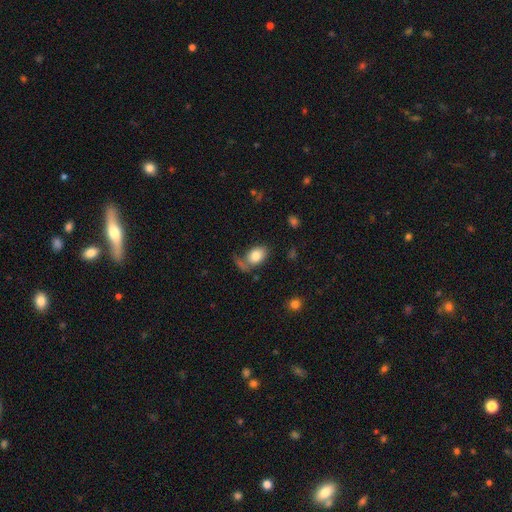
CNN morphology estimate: Smooth or featured?
  - smooth: 79% *
  - featured or disk: 13%
  - star or artifact: 7%
How rounded?
  - in between: 82% *
  - round: 16%
  - cigar-shaped: 1%
Merging?
  - none: 49% *
  - minor disturbance: 19%
  - major disturbance: 19%
  - merger: 13%